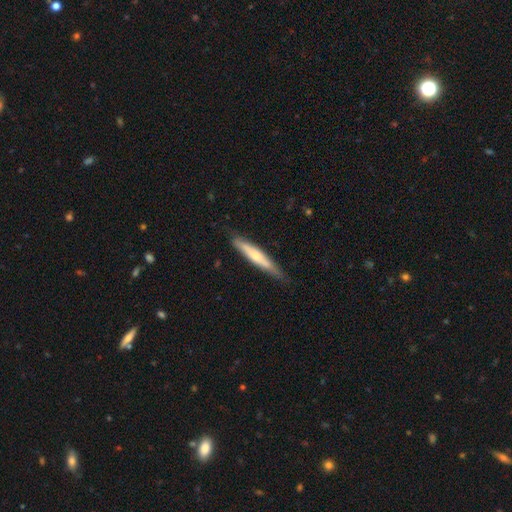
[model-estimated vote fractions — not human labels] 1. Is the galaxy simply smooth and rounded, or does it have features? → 50% smooth, 45% featured or disk, 5% star or artifact.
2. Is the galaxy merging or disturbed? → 81% none, 15% minor disturbance, 2% major disturbance, 1% merger.